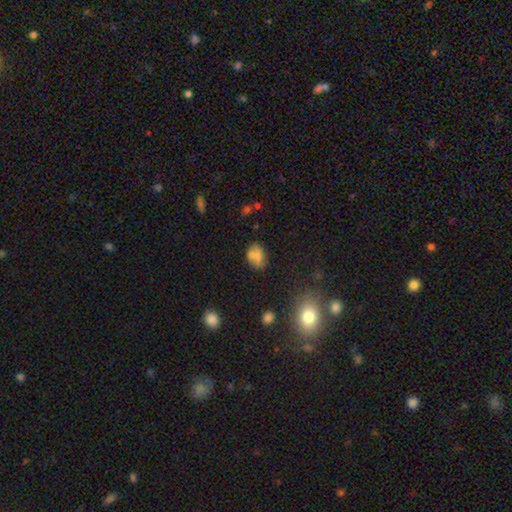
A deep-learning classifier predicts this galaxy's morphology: A smooth galaxy with no disk features (65%) that is in between round and cigar-shaped (73%).

Vote fractions:
- Smooth or featured? smooth: 65% / featured or disk: 21% / star or artifact: 14%
- How rounded? in between: 73% / round: 25% / cigar-shaped: 2%
- Merging? none: 50% / merger: 26% / minor disturbance: 17% / major disturbance: 6%